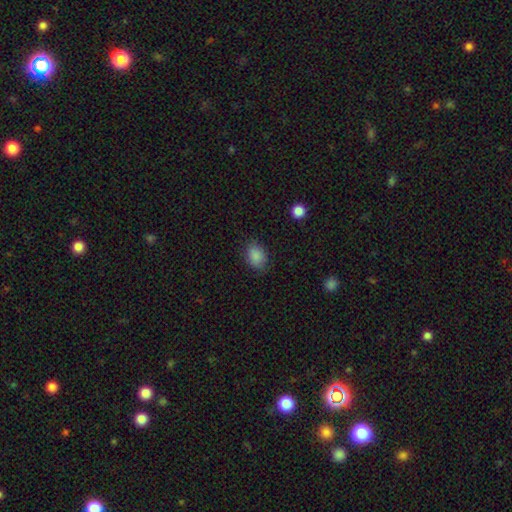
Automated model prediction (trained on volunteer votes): Smooth or featured?
  - smooth: 87% *
  - star or artifact: 9%
  - featured or disk: 4%
How rounded?
  - in between: 72% *
  - round: 27%
  - cigar-shaped: 1%
Merging?
  - none: 82% *
  - minor disturbance: 14%
  - major disturbance: 4%
  - merger: 1%